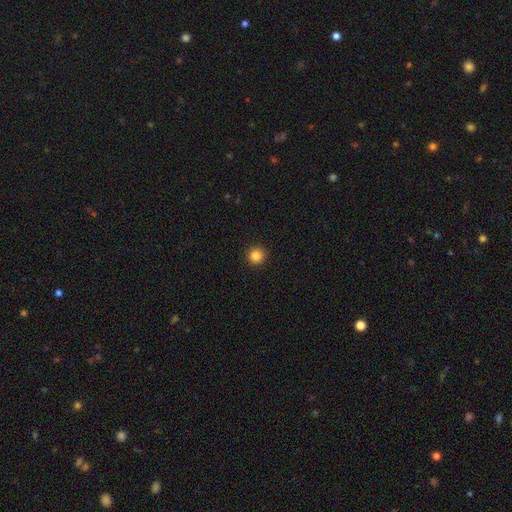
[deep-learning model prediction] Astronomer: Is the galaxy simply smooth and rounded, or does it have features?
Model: smooth — 85%.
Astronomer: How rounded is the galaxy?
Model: round — 95%.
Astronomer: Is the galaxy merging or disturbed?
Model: none — 93%.